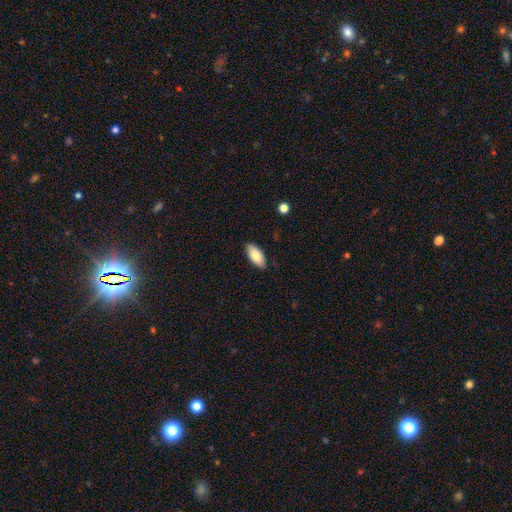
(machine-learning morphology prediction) smooth-or-featured: smooth: 84% | featured or disk: 10% | star or artifact: 6%
  how-rounded: in between: 90% | cigar-shaped: 8% | round: 2%
  merging: none: 86% | minor disturbance: 11% | major disturbance: 2% | merger: 1%